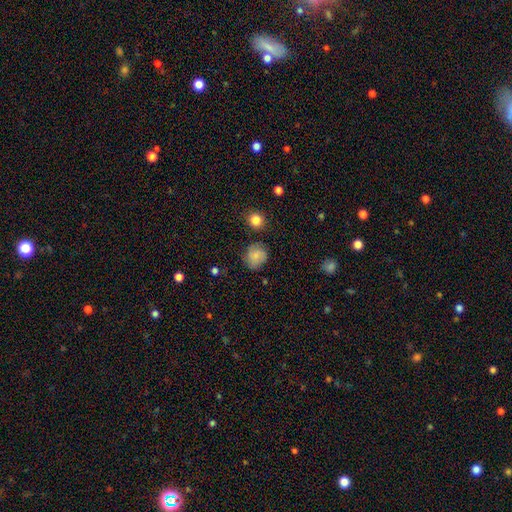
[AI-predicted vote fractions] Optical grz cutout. It shows a smooth galaxy with no disk features (78%) that is round (75%). Merging: none (72%).